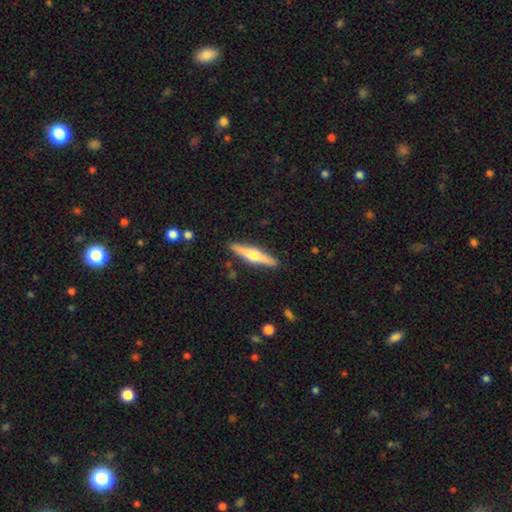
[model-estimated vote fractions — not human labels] This is likely a featured or disk galaxy (62%). It is clearly viewed edge-on (97%). Edge-on bulge: clearly rounded (93%). Merging: clearly none (90%).